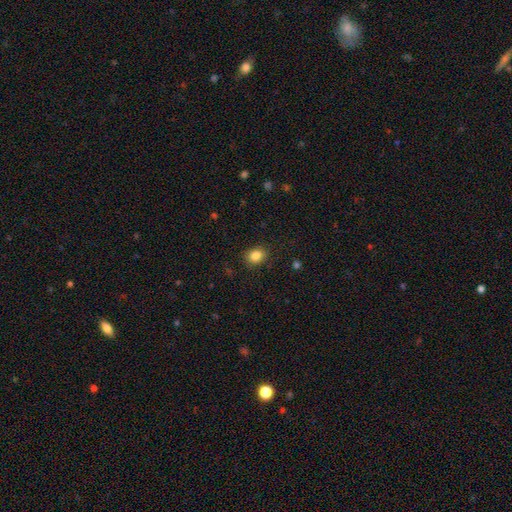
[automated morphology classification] This is clearly a smooth galaxy (85%). How rounded: possibly in between (53%). Merging: clearly none (86%).